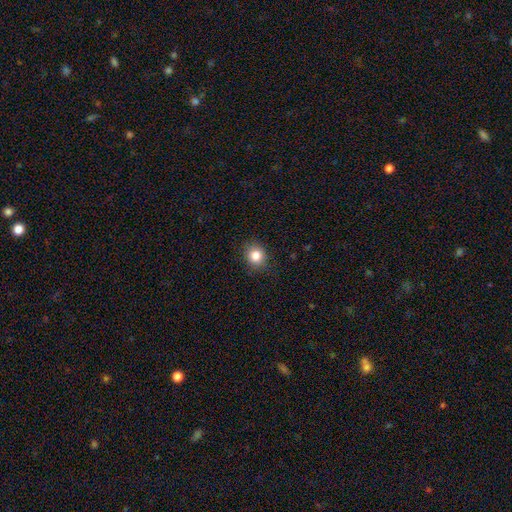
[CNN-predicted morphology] This is clearly a smooth galaxy (84%). How rounded: likely round (75%). Merging: clearly none (87%).